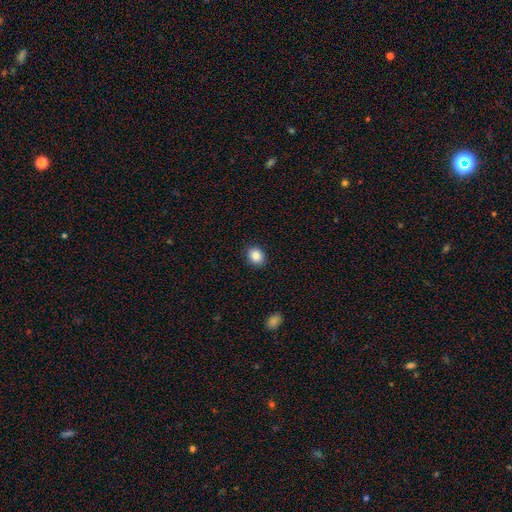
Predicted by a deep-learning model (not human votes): smooth-or-featured: smooth: 86% | star or artifact: 9% | featured or disk: 5%
  how-rounded: round: 54% | in between: 45% | cigar-shaped: 1%
  merging: none: 90% | minor disturbance: 7% | major disturbance: 2% | merger: 1%